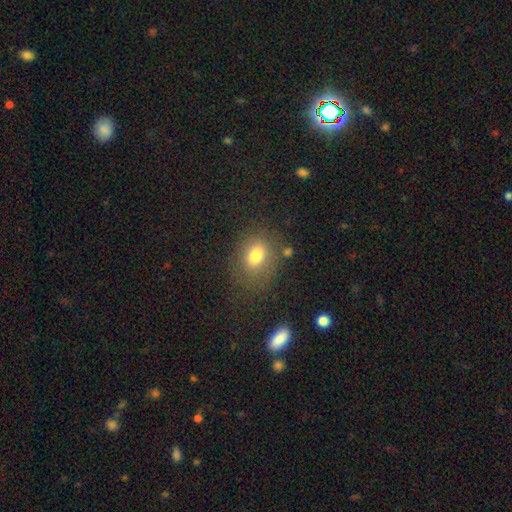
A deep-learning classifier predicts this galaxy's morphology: A smooth galaxy with no disk features (77%) that is in between round and cigar-shaped (55%).

Vote fractions:
- Smooth or featured? smooth: 77% / star or artifact: 13% / featured or disk: 10%
- How rounded? in between: 55% / round: 44% / cigar-shaped: 1%
- Merging? none: 70% / minor disturbance: 17% / major disturbance: 8% / merger: 4%